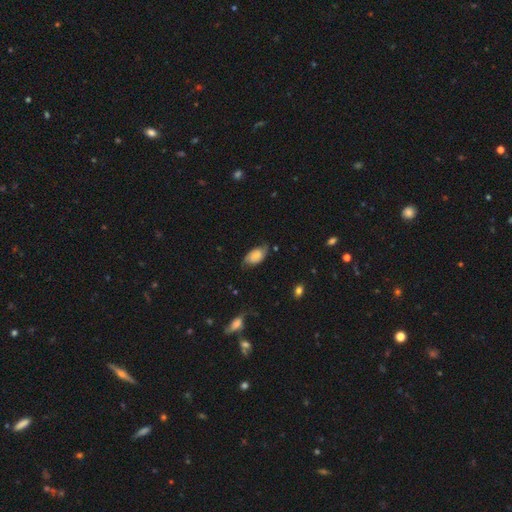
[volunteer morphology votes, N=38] Smooth or featured? 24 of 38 (63%) said smooth. How rounded? 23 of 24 (96%) said in between. Merging? 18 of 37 (49%) said none.